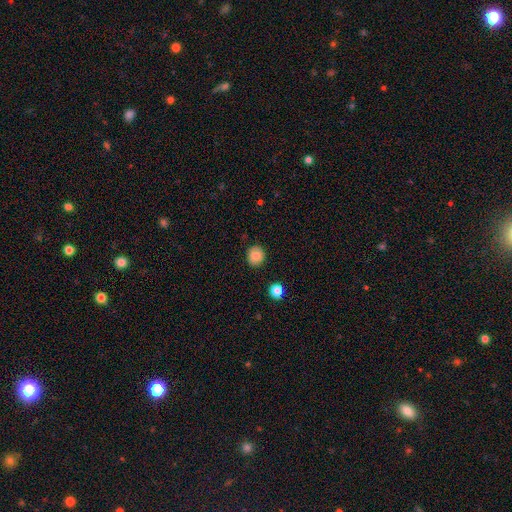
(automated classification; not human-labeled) Overall: smooth (84%). How rounded: round (79%). Merging: none (88%).